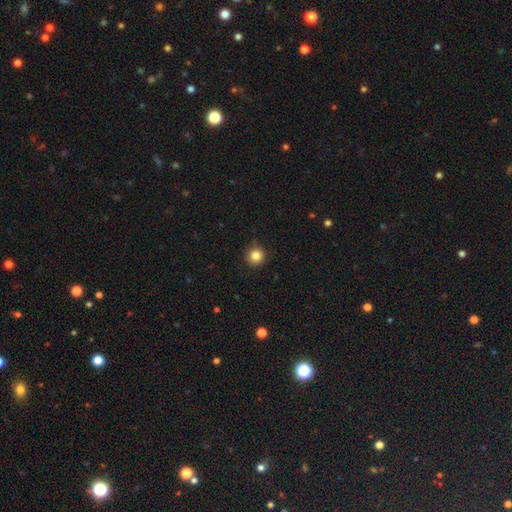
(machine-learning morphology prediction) Smooth or featured? smooth (85%)
How rounded? round (95%)
Merging? none (89%)